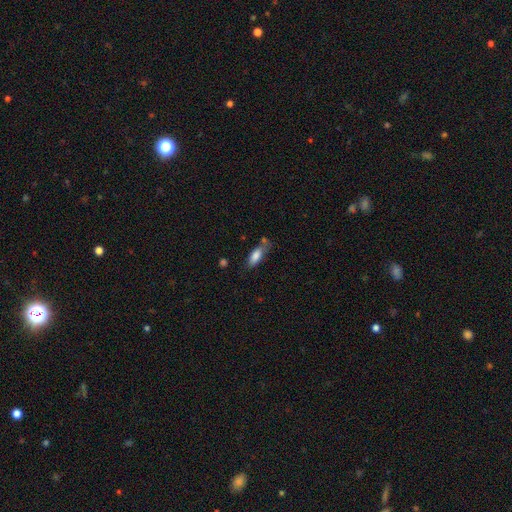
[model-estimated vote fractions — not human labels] The model was most divided on "merging": none: 53%, minor disturbance: 28%, merger: 10%, major disturbance: 9%. More confident: smooth or featured — smooth (80%); how rounded — in between (71%).